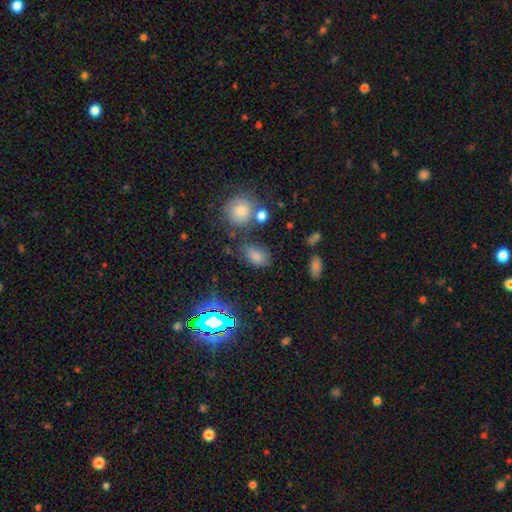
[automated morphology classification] smooth-or-featured: smooth: 73% | star or artifact: 18% | featured or disk: 8%
  how-rounded: in between: 81% | round: 16% | cigar-shaped: 2%
  merging: none: 58% | minor disturbance: 22% | merger: 11% | major disturbance: 10%